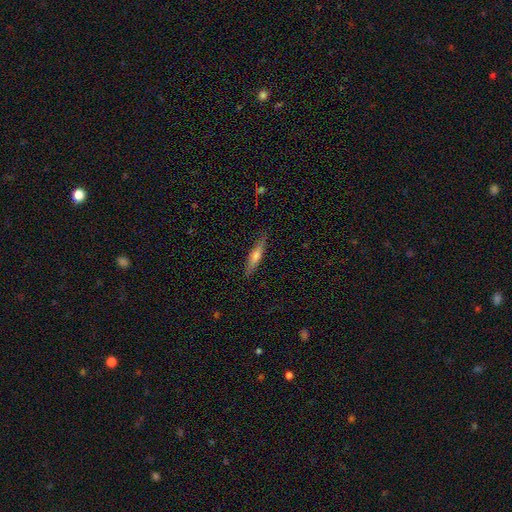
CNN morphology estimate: This appears to be a smooth galaxy with no disk features (52%) that is cigar-shaped (82%). Merging: none (87%).